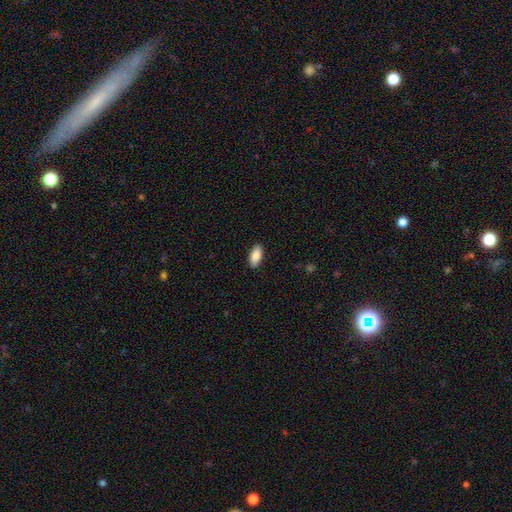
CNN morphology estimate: smooth_or_featured: smooth (p=0.86) [alt: featured or disk p=0.07]
how_rounded: in between (p=0.88) [alt: cigar-shaped p=0.09]
merging: none (p=0.89) [alt: minor disturbance p=0.08]